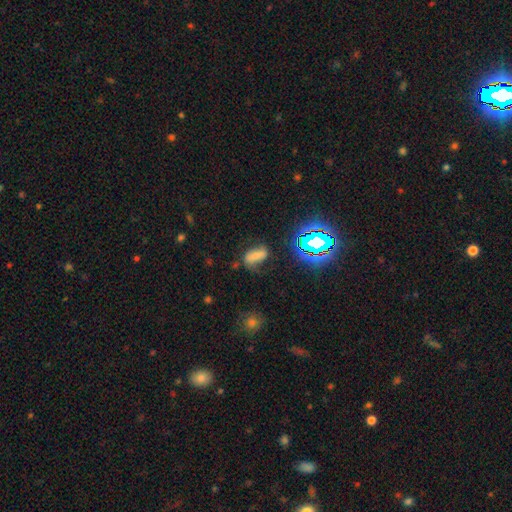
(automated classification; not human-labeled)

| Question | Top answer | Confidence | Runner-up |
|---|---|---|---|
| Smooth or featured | smooth | 57% | star or artifact (22%) |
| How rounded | in between | 84% | cigar-shaped (9%) |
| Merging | none | 56% | minor disturbance (26%) |